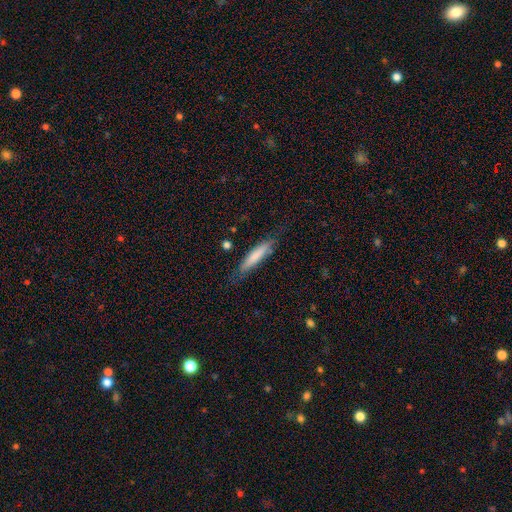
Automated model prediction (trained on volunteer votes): Morphology: type=smooth (73%); roundness=cigar-shaped (88%); merging=none (77%).